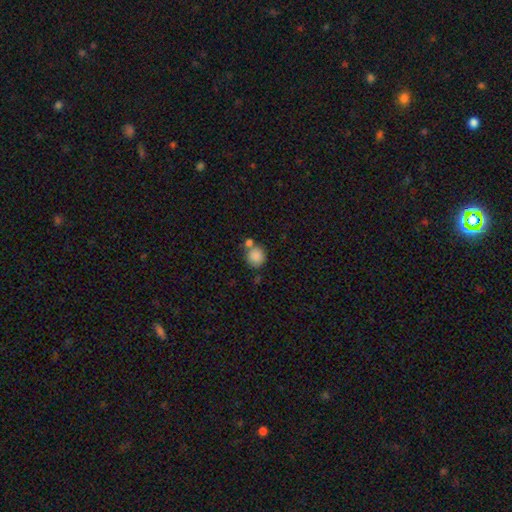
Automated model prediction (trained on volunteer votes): A smooth galaxy with no disk features (86%) that is round (88%). Merging: none (59%).